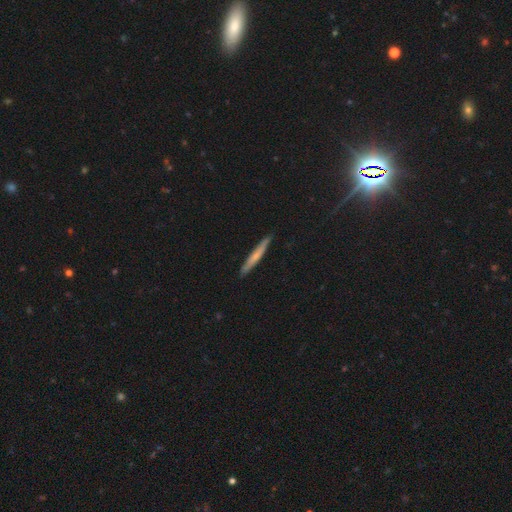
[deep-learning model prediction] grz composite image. It shows a smooth galaxy with no disk features (55%) that is cigar-shaped (96%). Merging: none (89%).